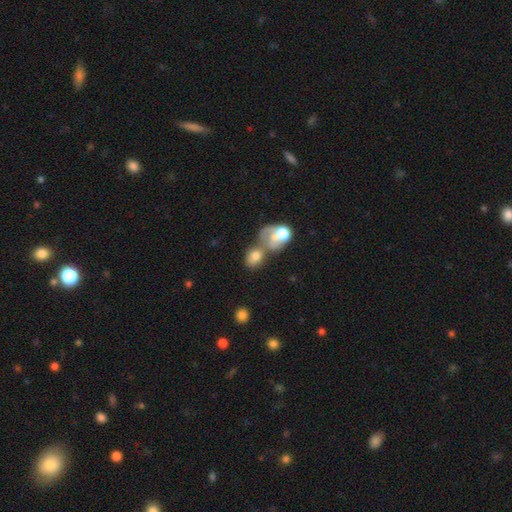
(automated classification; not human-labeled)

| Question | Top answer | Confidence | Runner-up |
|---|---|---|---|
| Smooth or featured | smooth | 63% | featured or disk (23%) |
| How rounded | in between | 53% | round (45%) |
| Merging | merger | 55% | none (23%) |